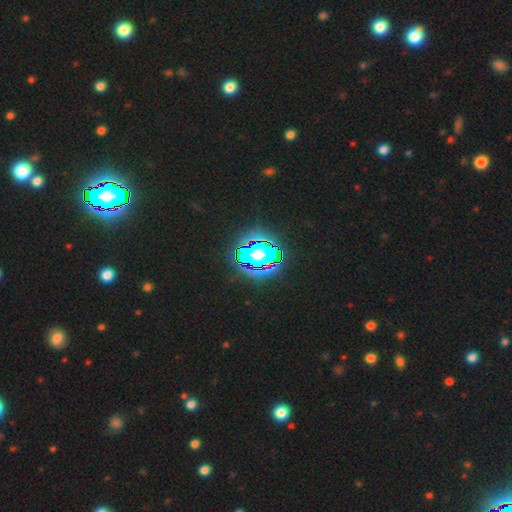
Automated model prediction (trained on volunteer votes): Q: Smooth or featured?
A: star or artifact (80%); runner-up: smooth (12%)